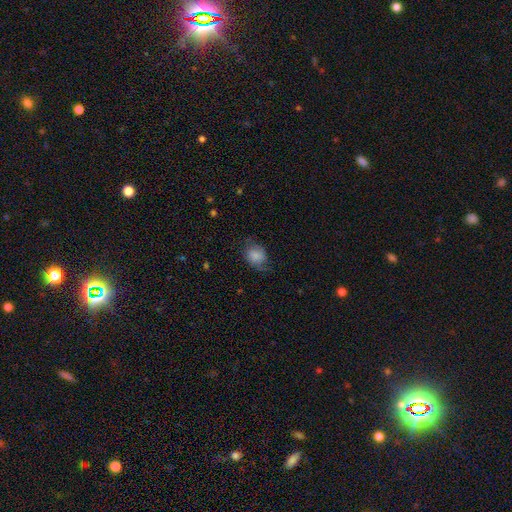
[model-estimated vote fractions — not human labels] This is likely a smooth galaxy (70%). How rounded: possibly in between (55%). Merging: possibly none (58%).